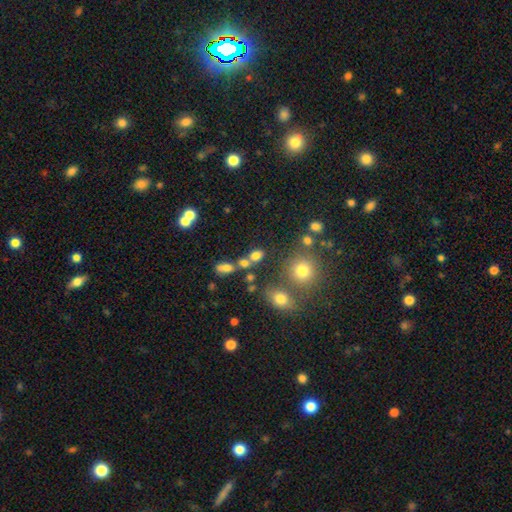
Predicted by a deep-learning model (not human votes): Smooth or featured? smooth (71%)
How rounded? in between (66%)
Merging? none (48%)